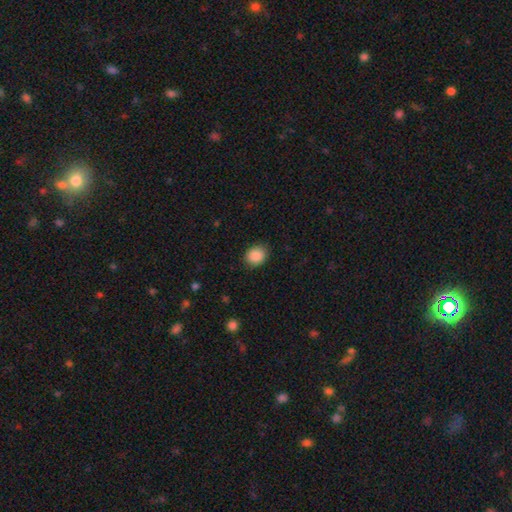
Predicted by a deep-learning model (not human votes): Smooth or featured? Predicted: smooth (p=0.88). How rounded? Predicted: round (p=0.60). Merging? Predicted: none (p=0.87).